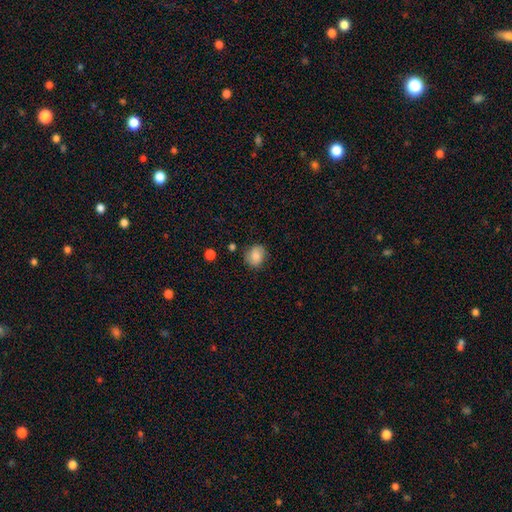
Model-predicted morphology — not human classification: The model was most divided on "how rounded": round: 72%, in between: 27%, cigar-shaped: 1%. More confident: merging — none (77%); smooth or featured — smooth (73%).